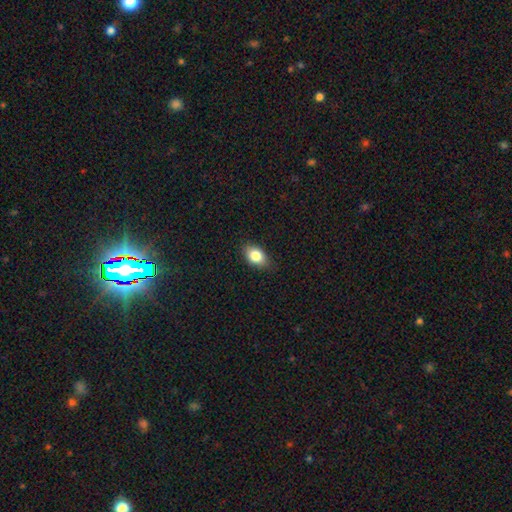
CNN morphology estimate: This is clearly a smooth galaxy (82%). How rounded: clearly in between (84%). Merging: clearly none (84%).